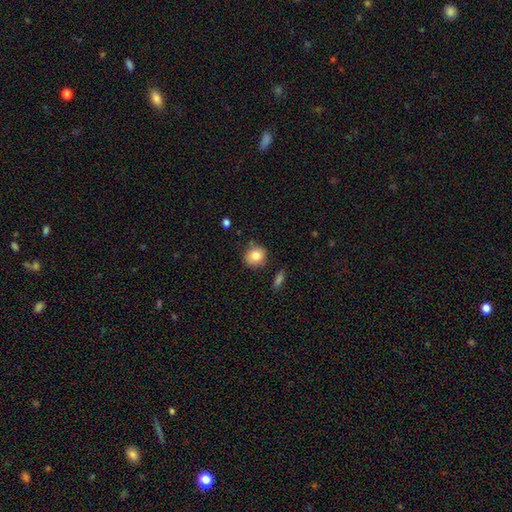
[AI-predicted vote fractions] Morphology: type=smooth (82%); roundness=round (84%); merging=none (83%).